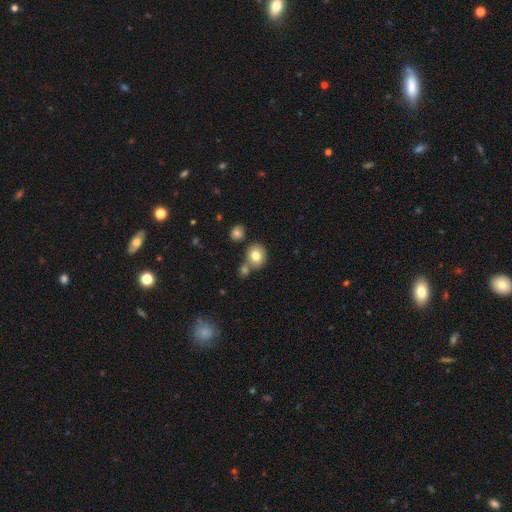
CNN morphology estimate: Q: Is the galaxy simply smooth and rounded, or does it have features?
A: smooth — 79%.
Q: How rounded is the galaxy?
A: round — 74%.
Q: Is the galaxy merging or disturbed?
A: none — 62%.